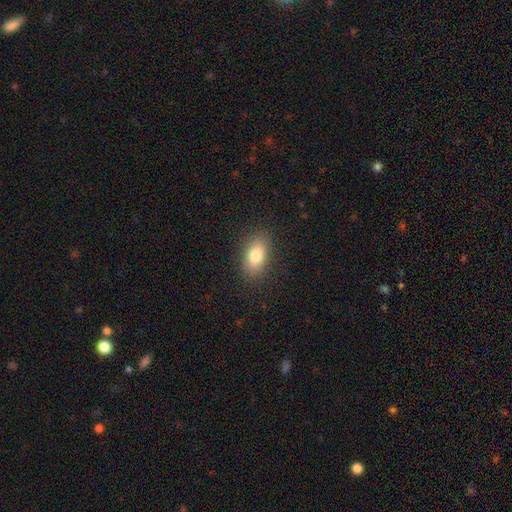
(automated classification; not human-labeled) Smooth or featured?
  - smooth: 81% *
  - featured or disk: 10%
  - star or artifact: 8%
How rounded?
  - in between: 89% *
  - round: 7%
  - cigar-shaped: 4%
Merging?
  - none: 86% *
  - minor disturbance: 10%
  - major disturbance: 3%
  - merger: 1%